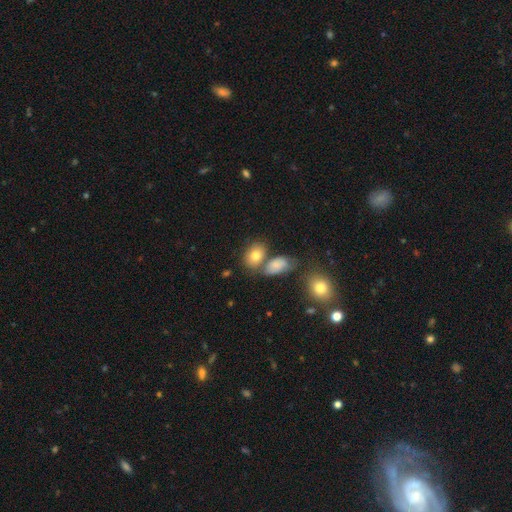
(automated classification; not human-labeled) Smooth or featured?
  - smooth: 77% *
  - featured or disk: 13%
  - star or artifact: 10%
How rounded?
  - in between: 73% *
  - round: 25%
  - cigar-shaped: 2%
Merging?
  - none: 58% *
  - merger: 23%
  - minor disturbance: 14%
  - major disturbance: 5%